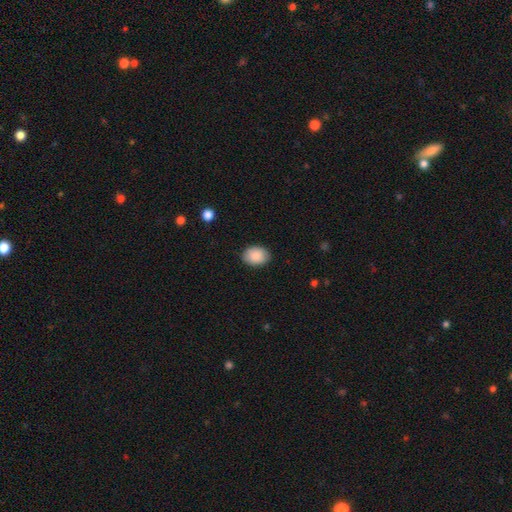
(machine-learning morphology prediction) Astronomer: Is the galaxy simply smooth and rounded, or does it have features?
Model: smooth — 89%.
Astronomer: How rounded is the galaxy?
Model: in between — 75%.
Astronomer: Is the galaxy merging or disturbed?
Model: none — 87%.